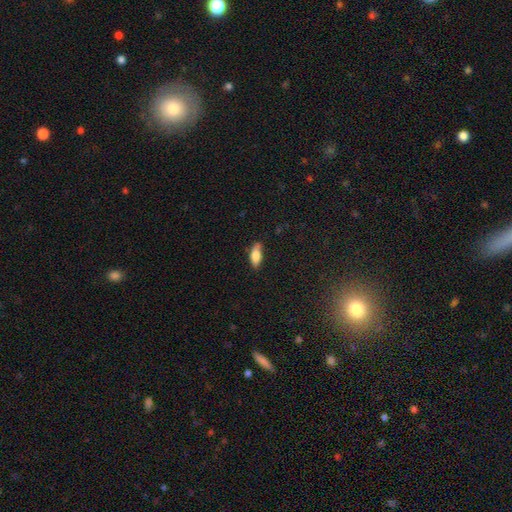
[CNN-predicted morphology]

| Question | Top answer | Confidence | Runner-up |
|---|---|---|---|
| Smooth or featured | smooth | 77% | featured or disk (16%) |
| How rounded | in between | 78% | cigar-shaped (20%) |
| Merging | none | 73% | minor disturbance (22%) |